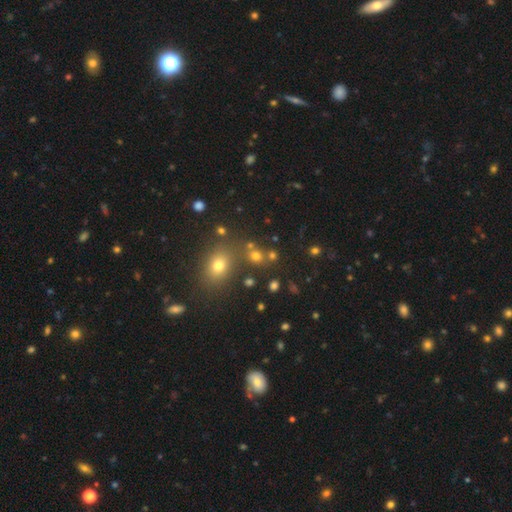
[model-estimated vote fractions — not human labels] Overall: smooth (61%; star or artifact 29%). How rounded: round (71%). Merging: none (69%).